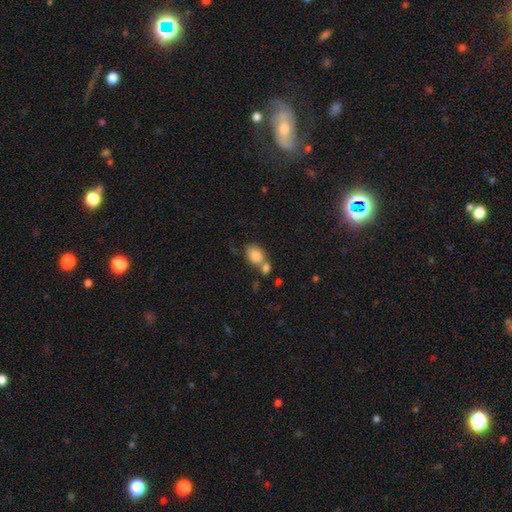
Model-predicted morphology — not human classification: This is clearly a smooth galaxy (83%). How rounded: likely in between (71%). Merging: marginally merger (43%).